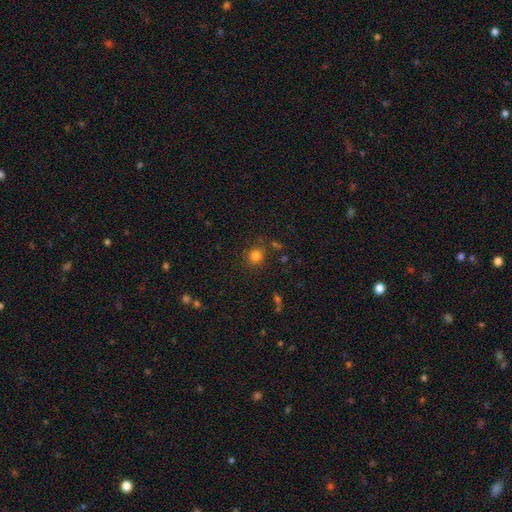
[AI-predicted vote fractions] The model was most divided on "smooth or featured": smooth: 81%, star or artifact: 13%, featured or disk: 5%. More confident: how rounded — round (88%); merging — none (82%).